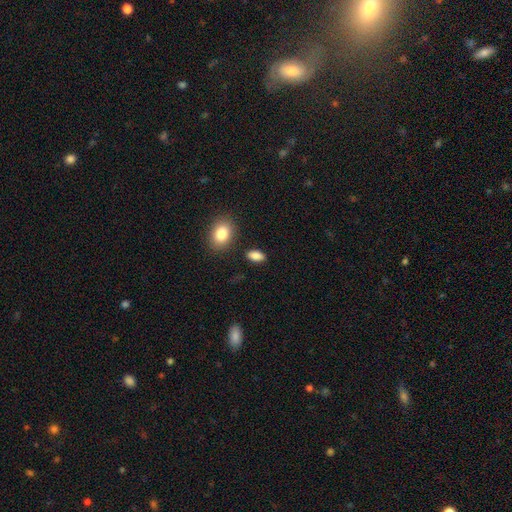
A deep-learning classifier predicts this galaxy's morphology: Overall: smooth (86%). How rounded: in between (89%). Merging: none (85%).